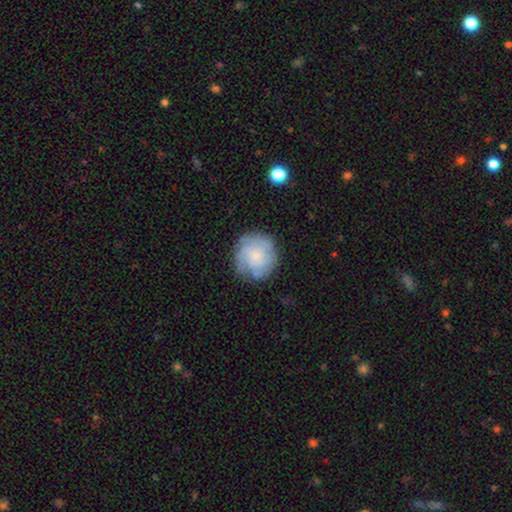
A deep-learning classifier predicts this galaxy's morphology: Smooth or featured? smooth (49%)
Merging? none (69%)